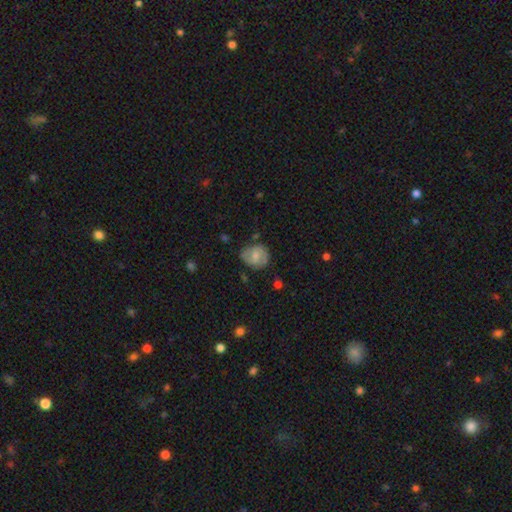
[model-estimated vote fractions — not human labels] Smooth or featured: featured or disk — 47% (smooth — 45%)
Merging: none — 68% (minor disturbance — 23%)